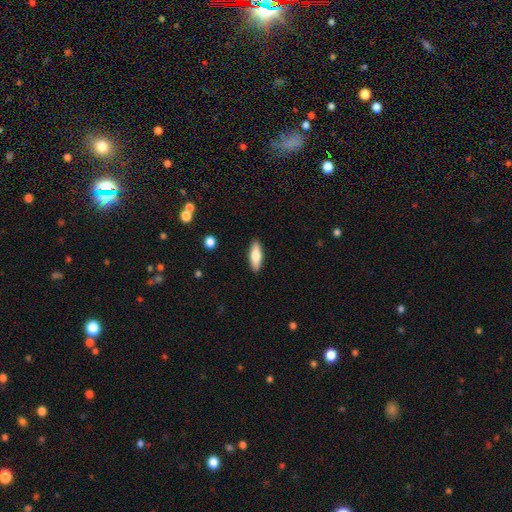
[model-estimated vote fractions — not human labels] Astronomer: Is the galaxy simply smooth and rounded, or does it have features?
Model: smooth — 70%.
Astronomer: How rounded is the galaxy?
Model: in between — 54% (runner-up: cigar-shaped, 44%).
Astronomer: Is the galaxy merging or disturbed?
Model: none — 89%.